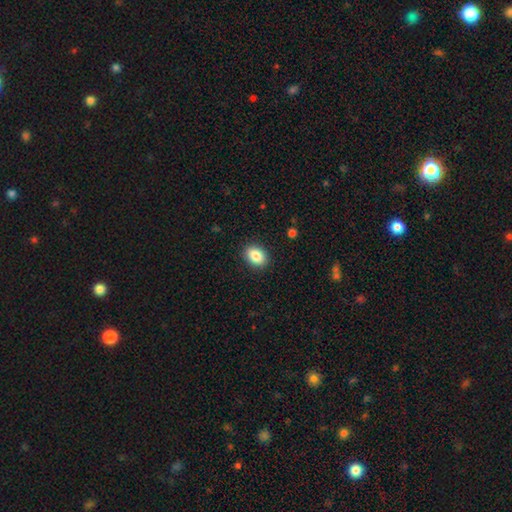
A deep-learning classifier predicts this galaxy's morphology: Smooth or featured: smooth — 86% (star or artifact — 8%)
How rounded: in between — 75% (round — 24%)
Merging: none — 90% (minor disturbance — 7%)